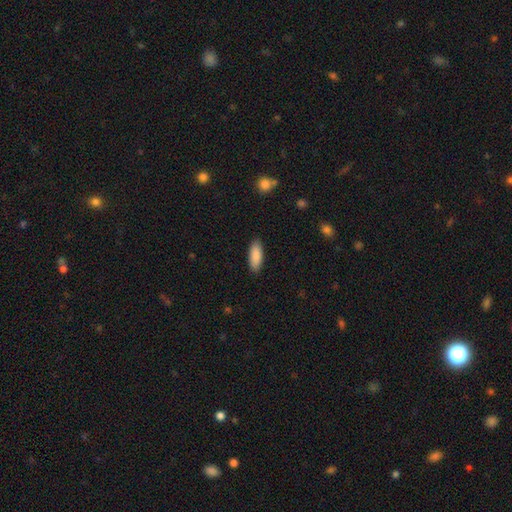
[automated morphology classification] Smooth or featured? smooth (88%)
How rounded? in between (73%)
Merging? none (88%)